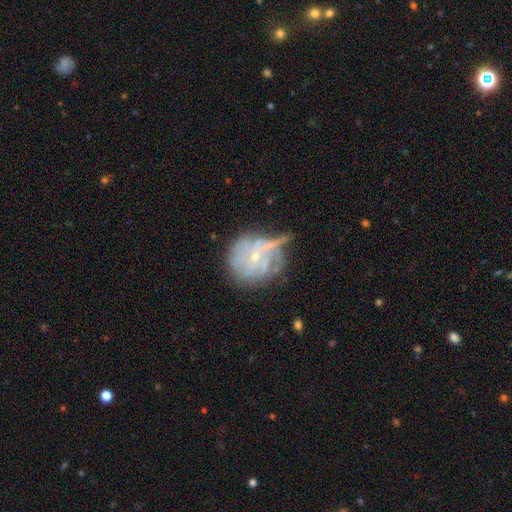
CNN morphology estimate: Smooth or featured?
  - featured or disk: 65% *
  - smooth: 21%
  - star or artifact: 15%
Edge-on disk?
  - no: 96% *
  - yes: 4%
Bar?
  - no: 72% *
  - weak: 23%
  - strong: 6%
Spiral arms?
  - yes: 65% *
  - no: 35%
Bulge size?
  - small: 76% *
  - moderate: 18%
  - none: 4%
  - large: 1%
  - dominant: 1%
Merging?
  - none: 43% *
  - minor disturbance: 25%
  - major disturbance: 22%
  - merger: 10%